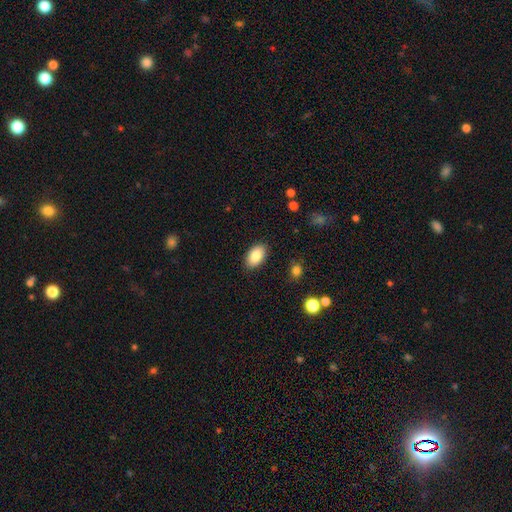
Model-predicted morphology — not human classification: Q: Smooth or featured?
A: smooth (85%); runner-up: featured or disk (8%)
Q: How rounded?
A: in between (94%); runner-up: round (5%)
Q: Merging?
A: none (88%); runner-up: minor disturbance (9%)